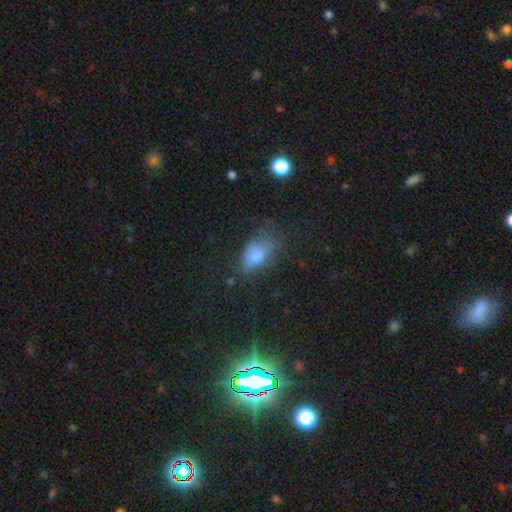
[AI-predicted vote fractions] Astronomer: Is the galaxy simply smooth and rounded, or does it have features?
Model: smooth — 70%.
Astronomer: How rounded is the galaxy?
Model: in between — 85%.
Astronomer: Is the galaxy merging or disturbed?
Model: none — 50% (runner-up: minor disturbance, 29%).